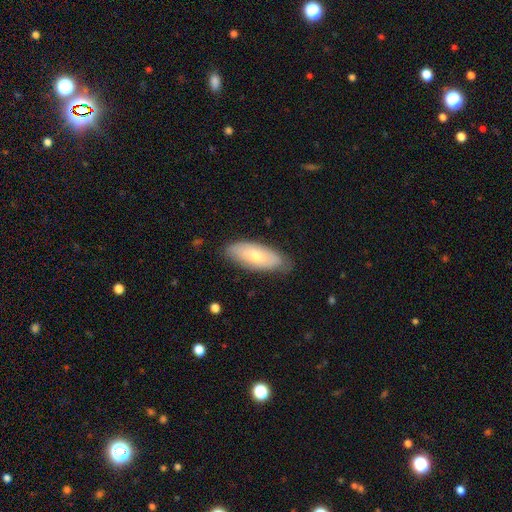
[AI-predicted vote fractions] Morphology: type=smooth (65%); roundness=in between (82%); merging=none (77%).